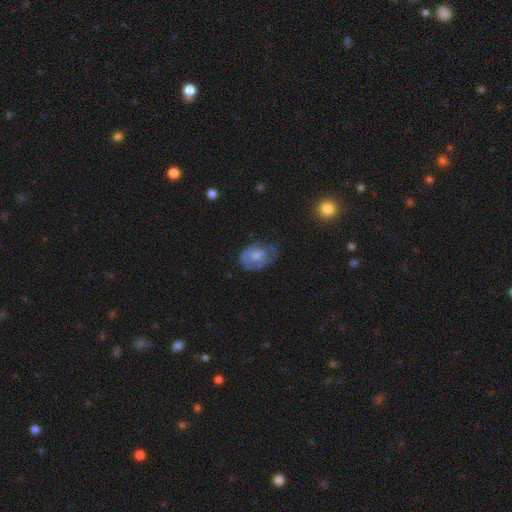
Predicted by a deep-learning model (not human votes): This appears to be a smooth galaxy with no disk features (59%) that is in between round and cigar-shaped (75%). Merging: none (46%).